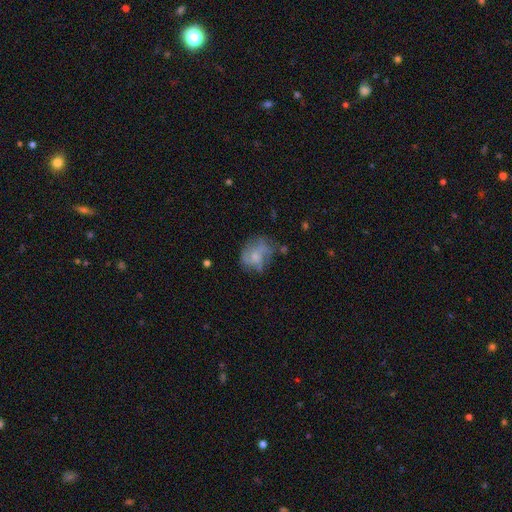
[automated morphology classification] This is possibly a featured or disk galaxy (49%). Merging: possibly none (50%).